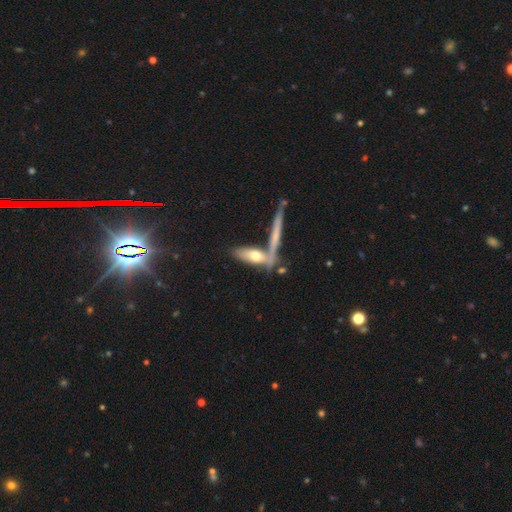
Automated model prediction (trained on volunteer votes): Smooth or featured?
  - smooth: 59% *
  - featured or disk: 35%
  - star or artifact: 7%
How rounded?
  - in between: 50% *
  - cigar-shaped: 47%
  - round: 4%
Merging?
  - none: 46% *
  - merger: 34%
  - minor disturbance: 14%
  - major disturbance: 6%